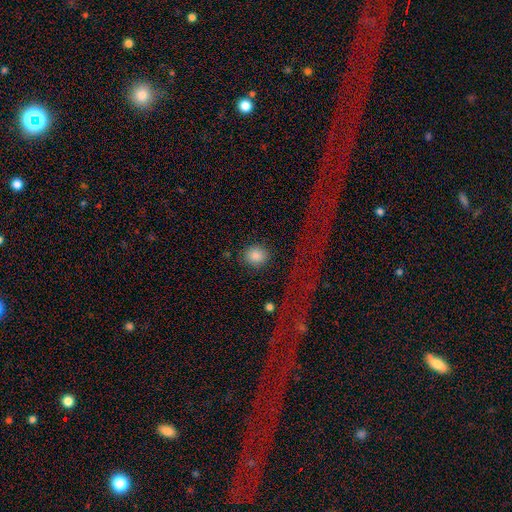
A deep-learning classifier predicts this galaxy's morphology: Smooth or featured?
  - smooth: 87% *
  - star or artifact: 8%
  - featured or disk: 5%
How rounded?
  - round: 80% *
  - in between: 18%
  - cigar-shaped: 1%
Merging?
  - none: 82% *
  - minor disturbance: 10%
  - major disturbance: 5%
  - merger: 3%